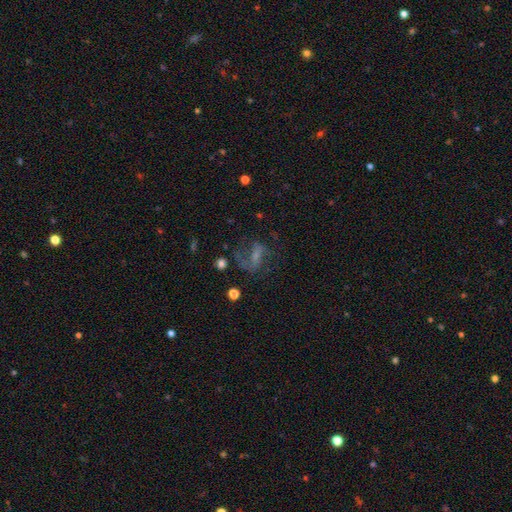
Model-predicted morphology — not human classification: Q: Smooth or featured?
A: featured or disk (57%); runner-up: smooth (22%)
Q: Edge-on disk?
A: no (94%); runner-up: yes (6%)
Q: Bar?
A: weak (41%); runner-up: no (33%)
Q: Spiral arms?
A: yes (72%); runner-up: no (28%)
Q: Bulge size?
A: small (40%); runner-up: none (32%)
Q: Merging?
A: none (48%); runner-up: major disturbance (31%)